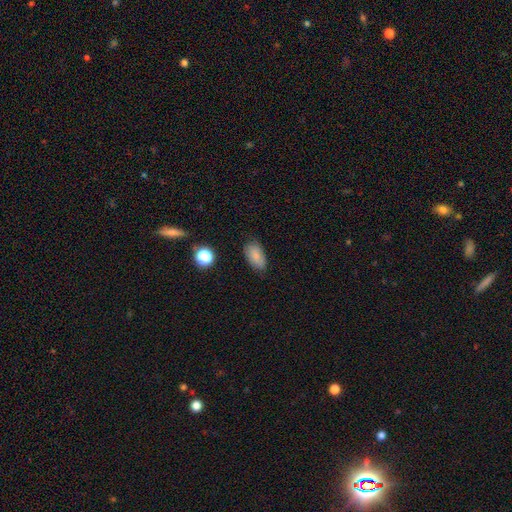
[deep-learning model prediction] A smooth galaxy with no disk features (83%) that is in between round and cigar-shaped (92%). Merging: none (78%).